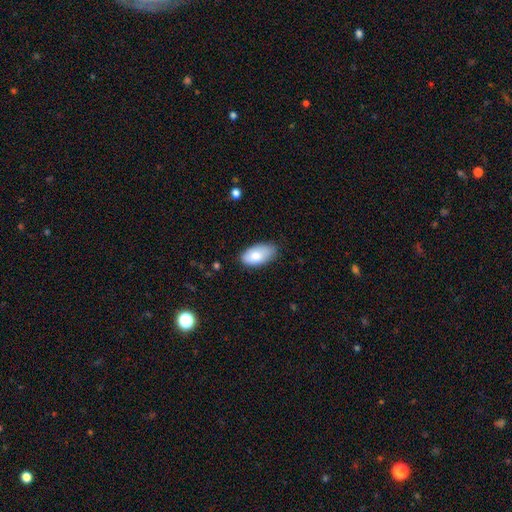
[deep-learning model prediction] Smooth or featured: smooth — 80% (featured or disk — 13%)
How rounded: in between — 95% (round — 3%)
Merging: none — 75% (minor disturbance — 21%)